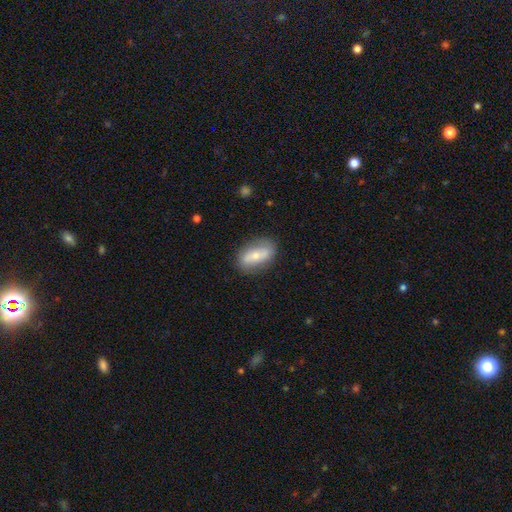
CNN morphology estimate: smooth_or_featured: smooth (p=0.53) [alt: featured or disk p=0.41]
how_rounded: in between (p=0.84) [alt: cigar-shaped p=0.08]
merging: none (p=0.80) [alt: minor disturbance p=0.14]